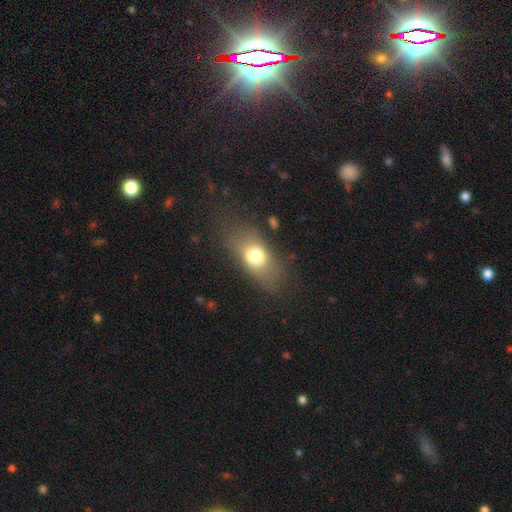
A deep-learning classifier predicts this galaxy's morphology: Overall: smooth (70%). How rounded: in between (79%). Merging: none (66%).